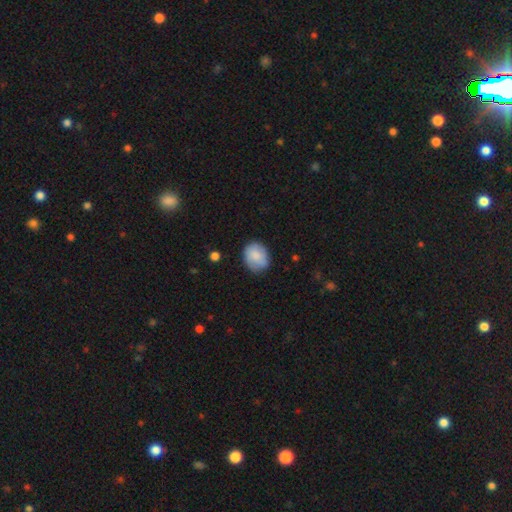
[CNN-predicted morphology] Smooth or featured?
  - smooth: 82% *
  - featured or disk: 11%
  - star or artifact: 7%
How rounded?
  - round: 58% *
  - in between: 41%
  - cigar-shaped: 1%
Merging?
  - none: 71% *
  - minor disturbance: 22%
  - major disturbance: 5%
  - merger: 2%